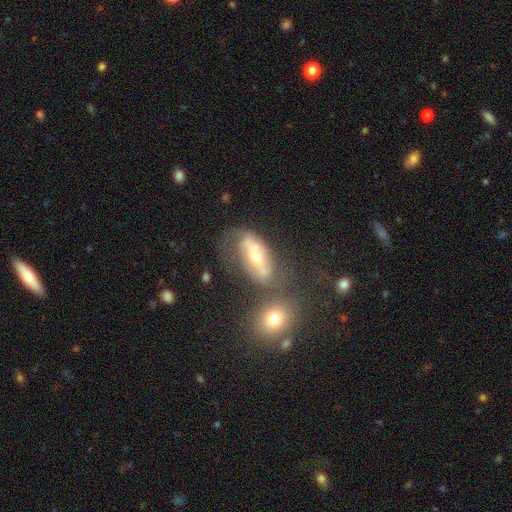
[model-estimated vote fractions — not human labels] This appears to be a featured or disk galaxy (61%). Merging: none (47%).